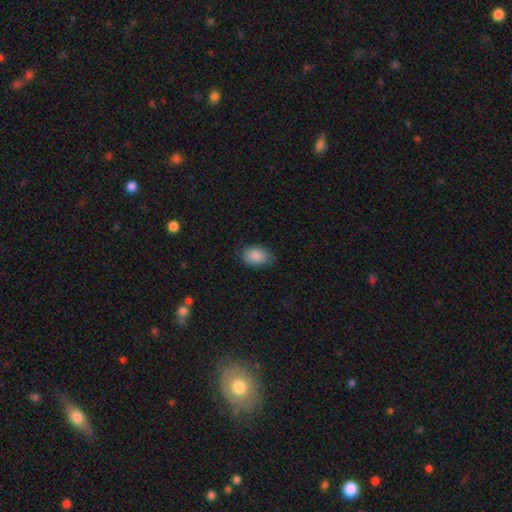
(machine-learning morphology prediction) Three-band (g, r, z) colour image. It shows a smooth galaxy with no disk features (88%) that is in between round and cigar-shaped (84%). Merging: none (77%).